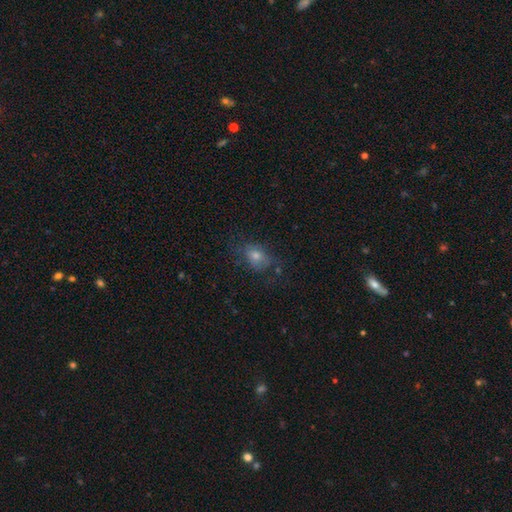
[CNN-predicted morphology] smooth 56%, featured or disk 24%, star or artifact 20%. Down the decision tree: how rounded — in between (62%); merging — none (63%).